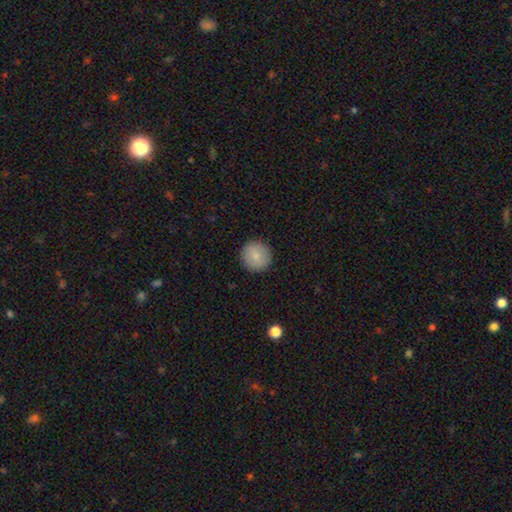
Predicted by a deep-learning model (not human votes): Morphology: type=smooth (84%); roundness=round (94%); merging=none (91%).